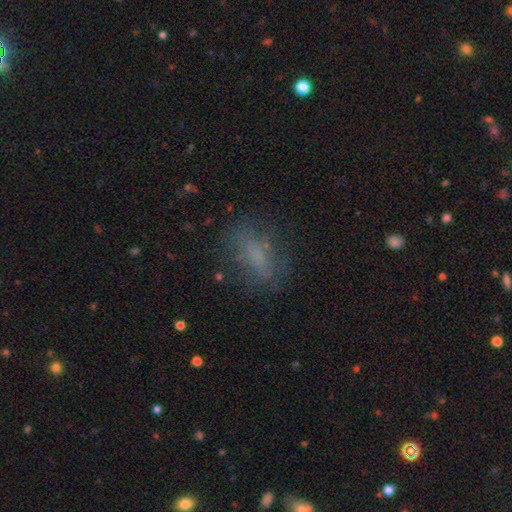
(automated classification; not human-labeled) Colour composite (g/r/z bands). It shows a smooth galaxy with no disk features (64%) that is in between round and cigar-shaped (73%). Merging: none (70%).